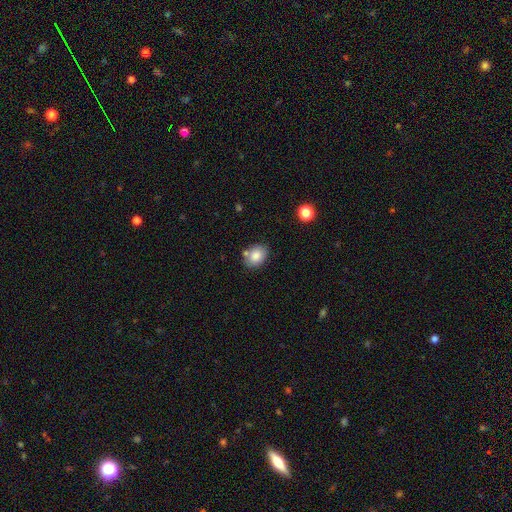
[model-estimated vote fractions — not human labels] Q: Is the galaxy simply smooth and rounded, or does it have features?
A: smooth — 83%.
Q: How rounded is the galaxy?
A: in between — 68%.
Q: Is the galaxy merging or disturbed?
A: none — 72%.